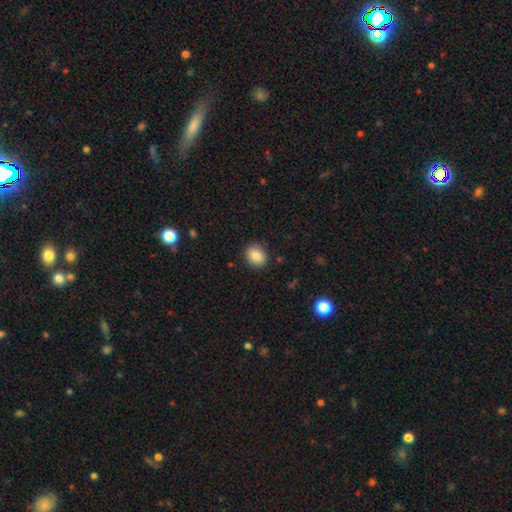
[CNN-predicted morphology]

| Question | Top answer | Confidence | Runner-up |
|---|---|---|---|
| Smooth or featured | smooth | 86% | star or artifact (9%) |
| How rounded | round | 60% | in between (39%) |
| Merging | none | 88% | minor disturbance (8%) |